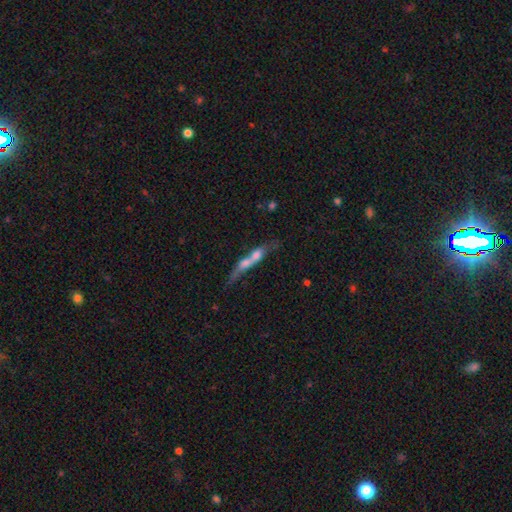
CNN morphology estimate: smooth_or_featured: smooth (p=0.47) [alt: featured or disk p=0.43]
merging: merger (p=0.62) [alt: none p=0.21]